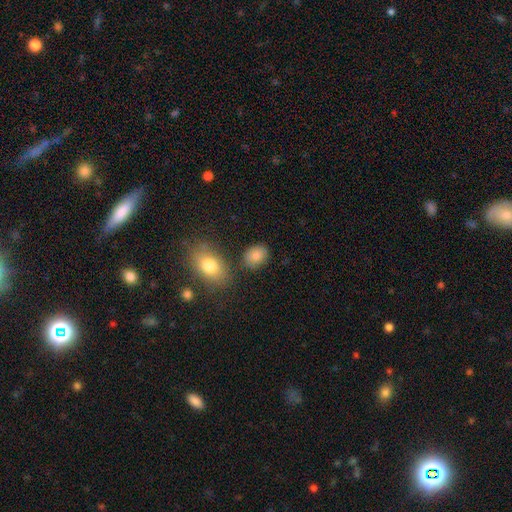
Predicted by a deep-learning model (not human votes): A smooth galaxy with no disk features (84%) that is in between round and cigar-shaped (61%). Merging: none (77%).